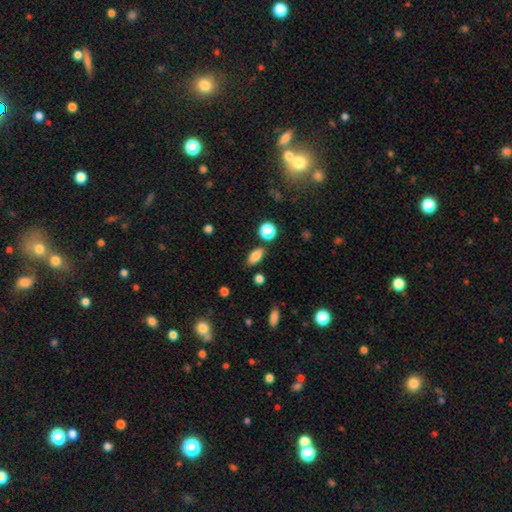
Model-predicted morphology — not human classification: A smooth galaxy with no disk features (82%) that is in between round and cigar-shaped (83%). Merging: none (80%).